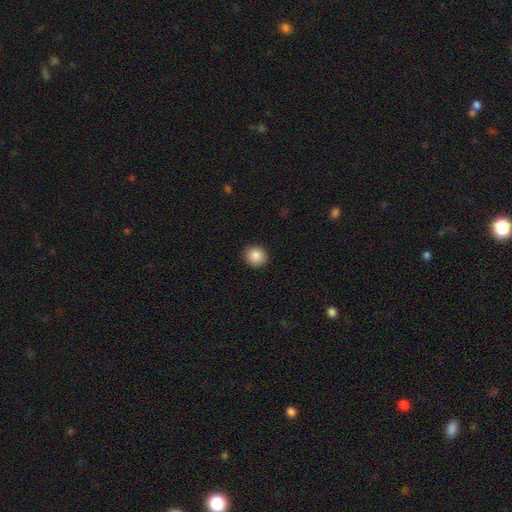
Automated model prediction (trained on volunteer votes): Smooth or featured?
  - smooth: 87% *
  - star or artifact: 9%
  - featured or disk: 4%
How rounded?
  - round: 84% *
  - in between: 15%
  - cigar-shaped: 1%
Merging?
  - none: 92% *
  - minor disturbance: 6%
  - major disturbance: 2%
  - merger: 1%